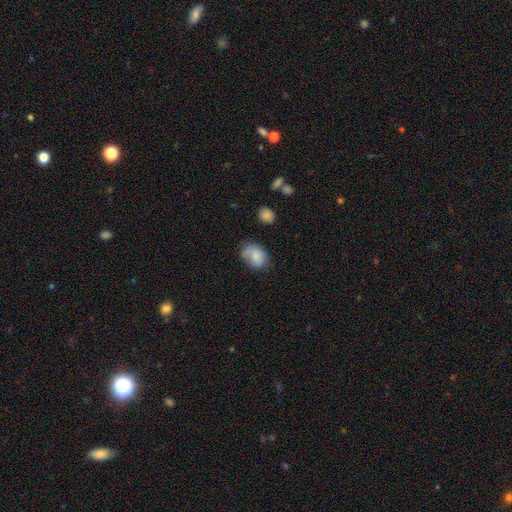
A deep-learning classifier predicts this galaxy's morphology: This appears to be a smooth galaxy with no disk features (79%) that is in between round and cigar-shaped (69%). Merging: none (52%).